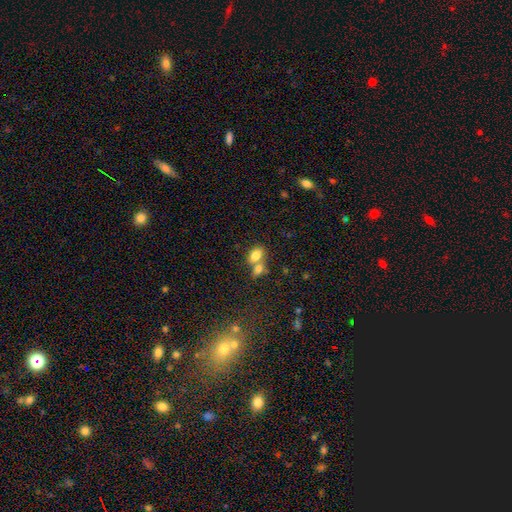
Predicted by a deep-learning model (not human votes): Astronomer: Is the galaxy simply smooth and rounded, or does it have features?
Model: smooth — 80%.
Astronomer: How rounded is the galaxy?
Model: in between — 81%.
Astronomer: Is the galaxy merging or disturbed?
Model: merger — 54% (runner-up: none, 34%).